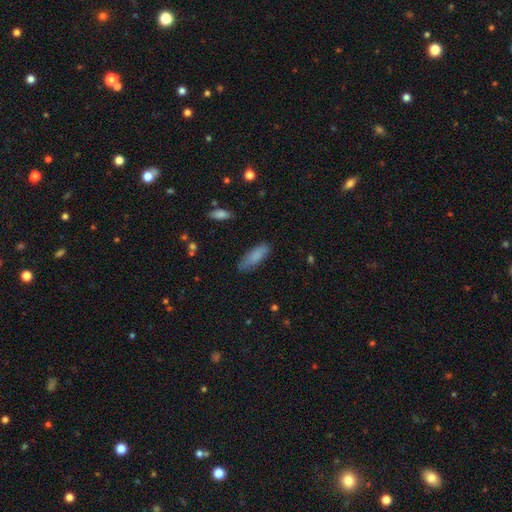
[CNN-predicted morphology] A smooth galaxy with no disk features (85%) that is in between round and cigar-shaped (62%). Merging: none (78%).